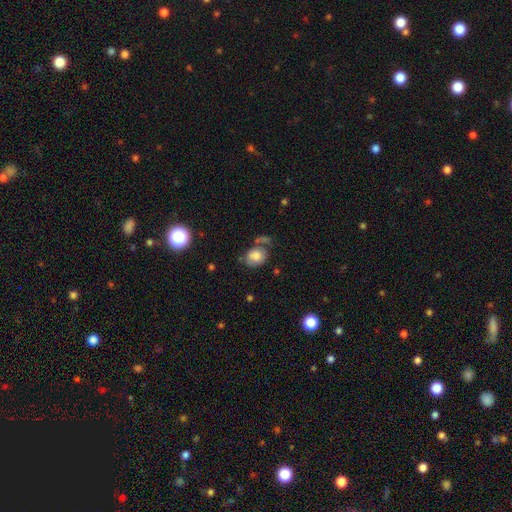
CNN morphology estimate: Q: Smooth or featured?
A: smooth (69%); runner-up: featured or disk (21%)
Q: How rounded?
A: in between (51%); runner-up: round (48%)
Q: Merging?
A: none (46%); runner-up: minor disturbance (25%)